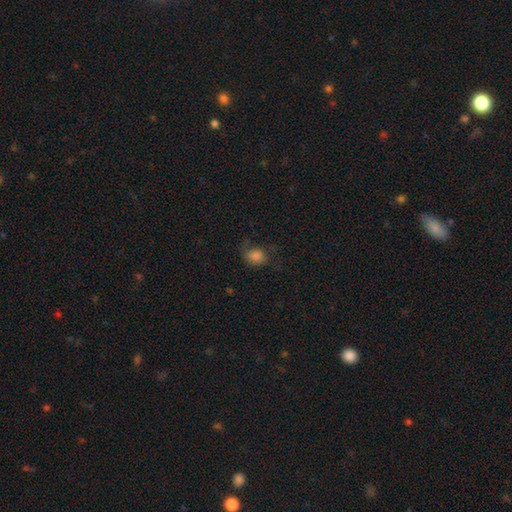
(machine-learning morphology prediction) Smooth or featured? Predicted: smooth (p=0.78). How rounded? Predicted: in between (p=0.50). Merging? Predicted: none (p=0.53).